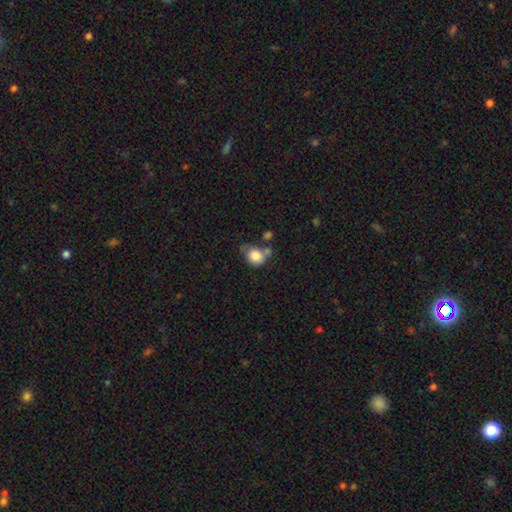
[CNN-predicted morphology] This appears to be a smooth galaxy with no disk features (82%) that is round (64%). Merging: none (38%).